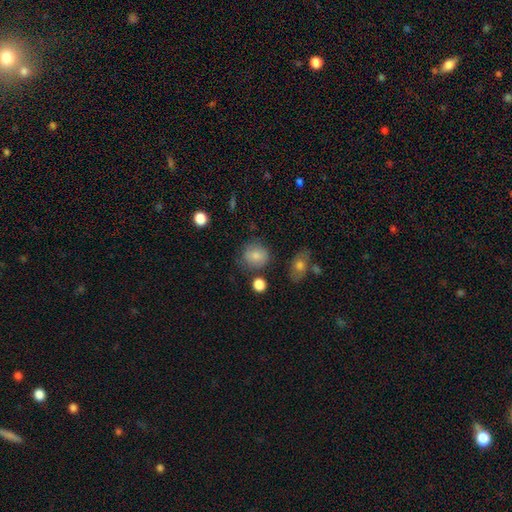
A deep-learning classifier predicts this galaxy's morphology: This appears to be a smooth galaxy with no disk features (80%) that is round (79%). Merging: none (72%).